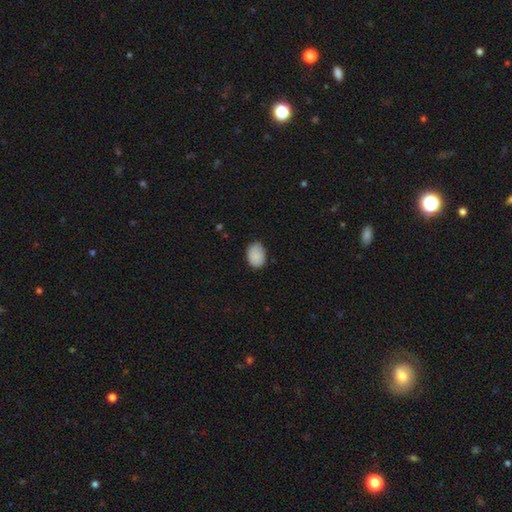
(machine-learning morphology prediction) This appears to be a smooth galaxy with no disk features (88%) that is in between round and cigar-shaped (78%). Merging: none (77%).